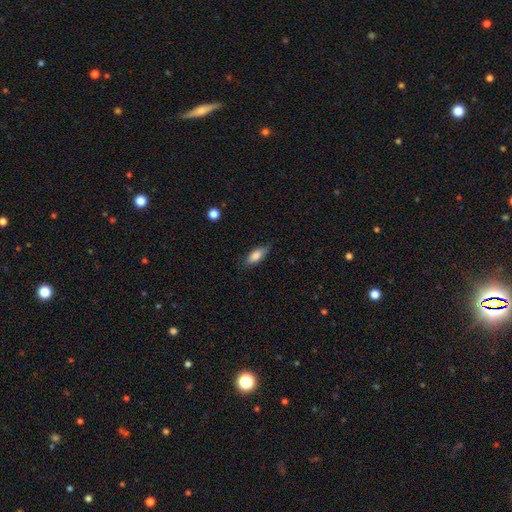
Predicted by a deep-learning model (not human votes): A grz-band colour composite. It shows a smooth galaxy with no disk features (81%) that is in between round and cigar-shaped (76%). Merging: none (79%).